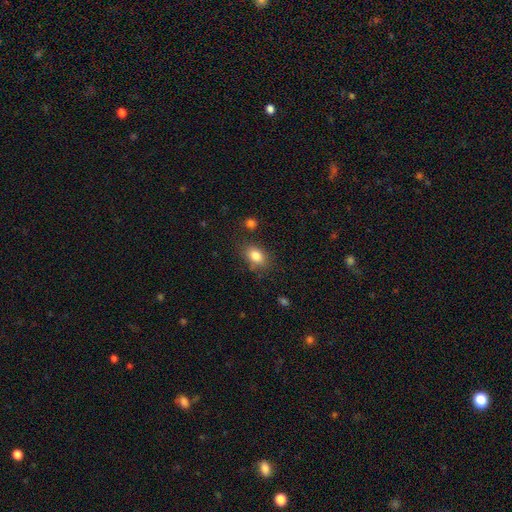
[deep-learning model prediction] smooth-or-featured: smooth: 83% | star or artifact: 9% | featured or disk: 8%
  how-rounded: in between: 81% | round: 18% | cigar-shaped: 2%
  merging: none: 76% | minor disturbance: 16% | merger: 4% | major disturbance: 4%